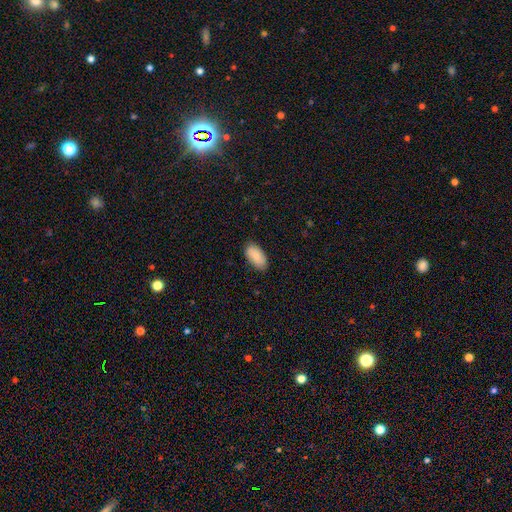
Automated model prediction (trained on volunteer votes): Smooth or featured? Predicted: smooth (p=0.84). How rounded? Predicted: in between (p=0.95). Merging? Predicted: none (p=0.85).